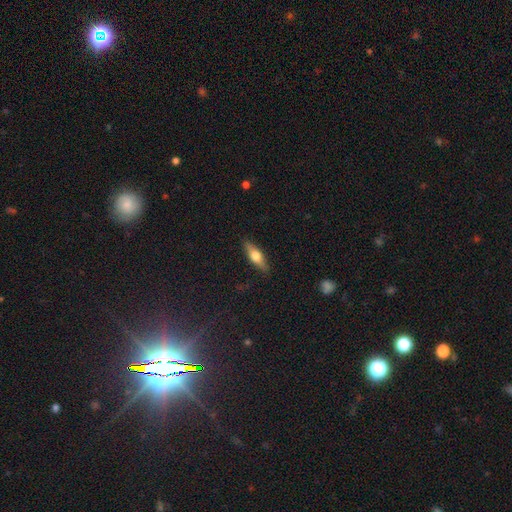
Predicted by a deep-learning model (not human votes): smooth_or_featured: smooth (p=0.49) [alt: featured or disk p=0.45]
merging: none (p=0.88) [alt: minor disturbance p=0.09]